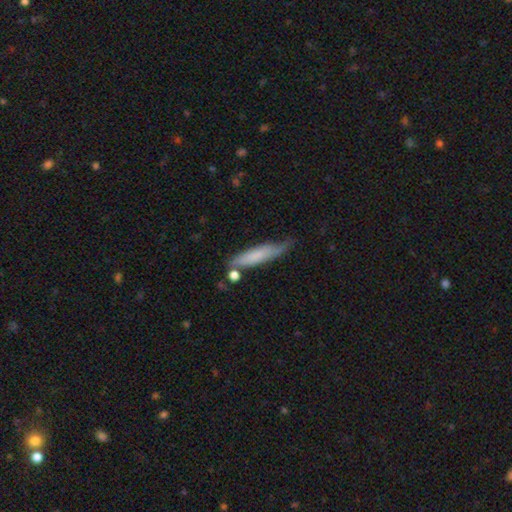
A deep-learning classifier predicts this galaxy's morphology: smooth-or-featured: smooth: 67% | featured or disk: 27% | star or artifact: 6%
  how-rounded: cigar-shaped: 82% | in between: 16% | round: 2%
  merging: none: 55% | minor disturbance: 30% | major disturbance: 8% | merger: 6%